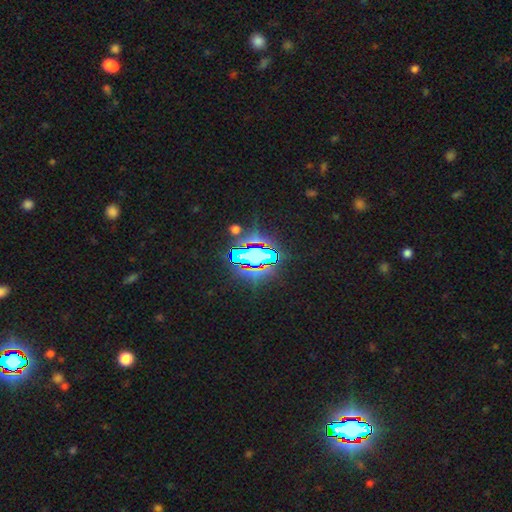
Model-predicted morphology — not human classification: Overall: star or artifact (70%).